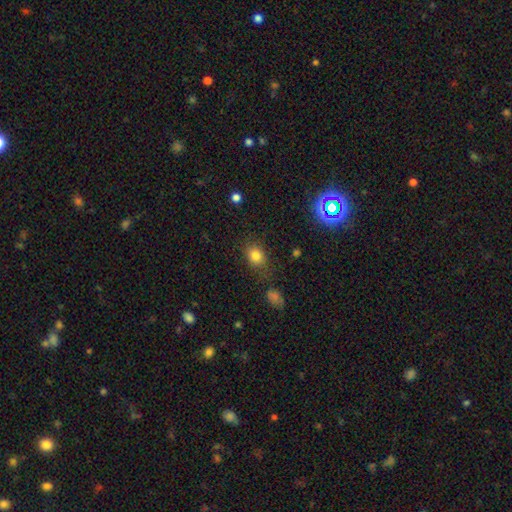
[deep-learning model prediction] This is clearly a smooth galaxy (81%). How rounded: possibly in between (52%). Merging: likely none (75%).